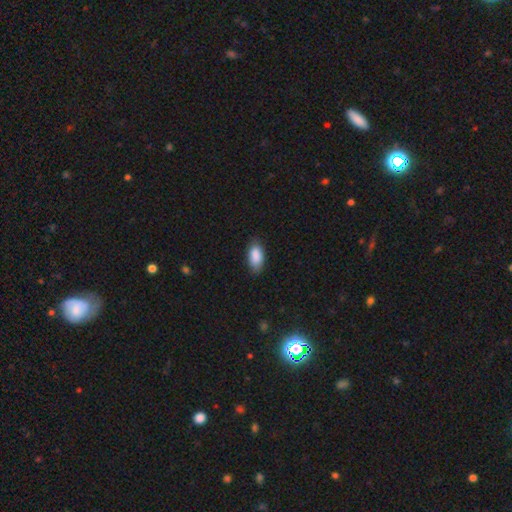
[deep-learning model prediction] This appears to be a smooth galaxy with no disk features (88%) that is in between round and cigar-shaped (92%). Merging: none (80%).